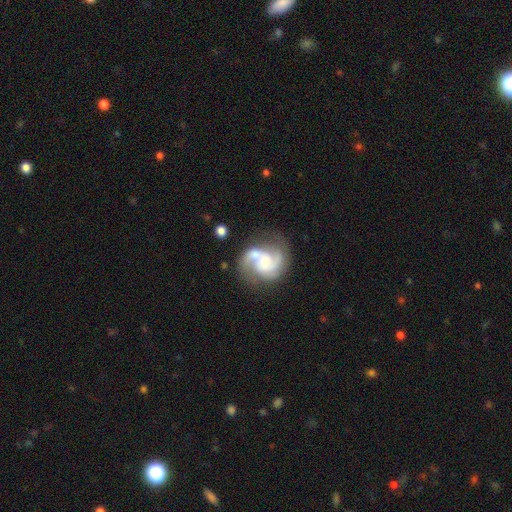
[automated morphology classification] smooth-or-featured: featured or disk: 82% | smooth: 13% | star or artifact: 6%
  disk-edge-on: no: 98% | yes: 2%
    bar: no: 55% | weak: 36% | strong: 9%
    has-spiral-arms: yes: 95% | no: 5%
      spiral-winding: medium: 55% | loose: 24% | tight: 20%
      spiral-arm-count: 2: 79% | 3: 9% | can't tell: 6% | 1: 3% | 4: 2% | more than 4: 2%
    bulge-size: small: 46% | moderate: 39% | none: 8% | large: 6% | dominant: 2%
  merging: none: 51% | merger: 20% | minor disturbance: 17% | major disturbance: 11%